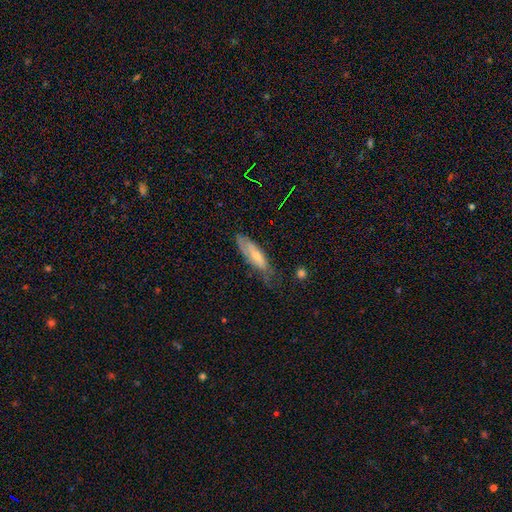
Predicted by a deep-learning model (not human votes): This is possibly a smooth galaxy (53%). How rounded: possibly cigar-shaped (56%). Merging: possibly none (54%).